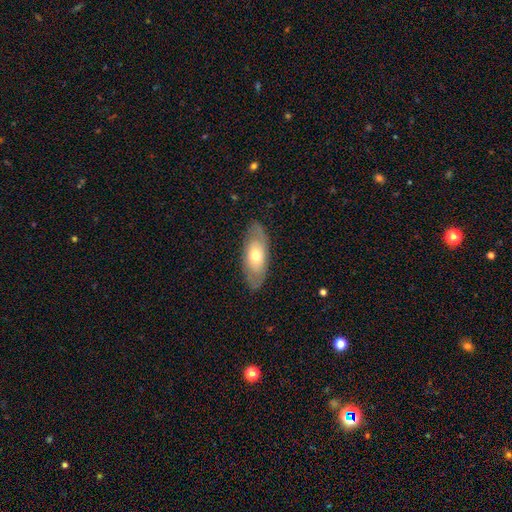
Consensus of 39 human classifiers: smooth-or-featured: smooth: 56% | featured or disk: 44% | star or artifact: 0%
  how-rounded: in between: 73% | cigar-shaped: 27% | round: 0%
  merging: none: 82% | minor disturbance: 15% | major disturbance: 3% | merger: 0%